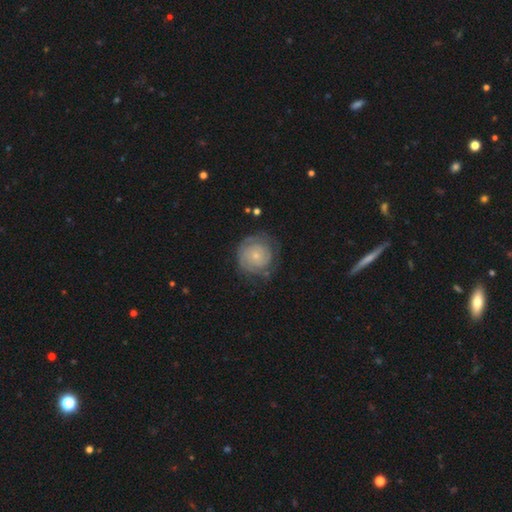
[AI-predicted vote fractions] Smooth or featured: featured or disk — 61% (smooth — 32%)
Edge-on disk: no — 98% (yes — 2%)
Bar: no — 83% (weak — 15%)
Spiral arms: yes — 78% (no — 22%)
Bulge size: small — 76% (moderate — 18%)
Merging: none — 67% (minor disturbance — 20%)